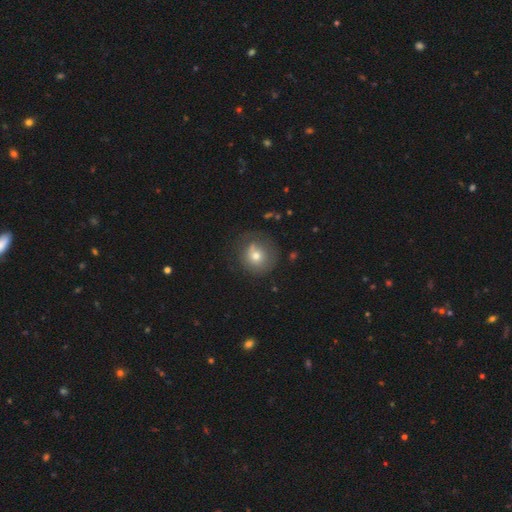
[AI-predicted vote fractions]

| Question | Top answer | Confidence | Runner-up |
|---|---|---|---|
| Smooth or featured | smooth | 64% | featured or disk (25%) |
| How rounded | round | 89% | in between (10%) |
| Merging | none | 60% | minor disturbance (22%) |